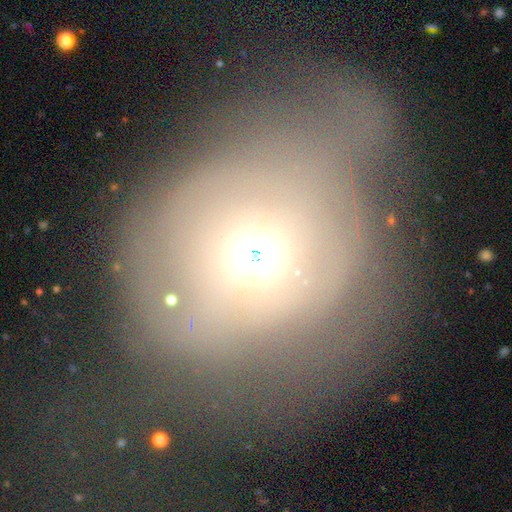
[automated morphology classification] Smooth or featured? smooth (50%)
Merging? none (69%)